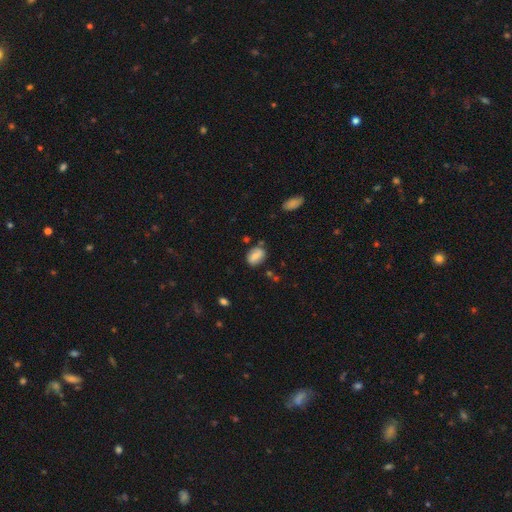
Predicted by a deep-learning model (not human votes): Smooth or featured: smooth — 76% (featured or disk — 16%)
How rounded: in between — 72% (round — 27%)
Merging: none — 72% (minor disturbance — 18%)